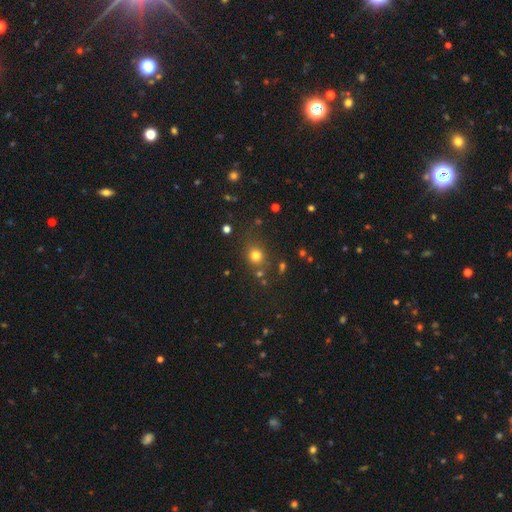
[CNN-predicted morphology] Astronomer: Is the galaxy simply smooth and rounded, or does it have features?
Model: smooth — 75%.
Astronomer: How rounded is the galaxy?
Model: round — 79%.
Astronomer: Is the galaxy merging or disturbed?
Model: none — 75%.